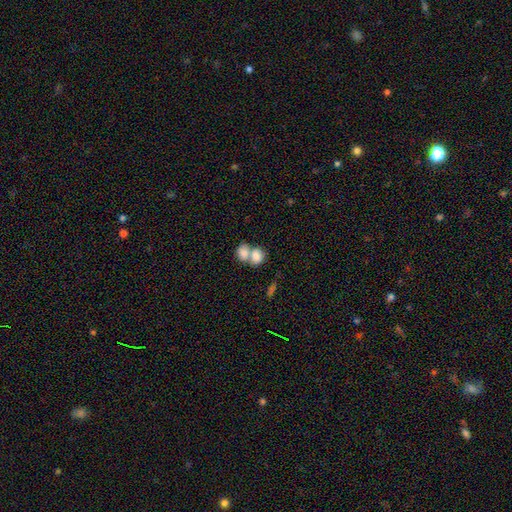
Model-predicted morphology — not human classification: smooth-or-featured: smooth: 80% | featured or disk: 13% | star or artifact: 7%
  how-rounded: in between: 59% | round: 40% | cigar-shaped: 1%
  merging: merger: 72% | none: 19% | minor disturbance: 6% | major disturbance: 3%